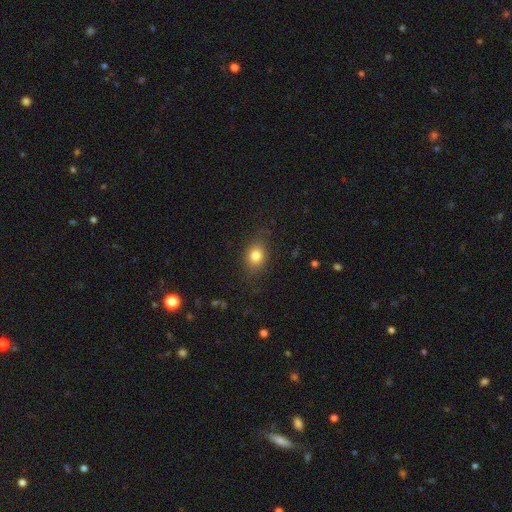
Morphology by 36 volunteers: Smooth or featured?
  - smooth: 86% *
  - featured or disk: 8%
  - star or artifact: 6%
How rounded?
  - in between: 52% *
  - round: 48%
  - cigar-shaped: 0%
Merging?
  - none: 68% *
  - minor disturbance: 24%
  - major disturbance: 9%
  - merger: 0%